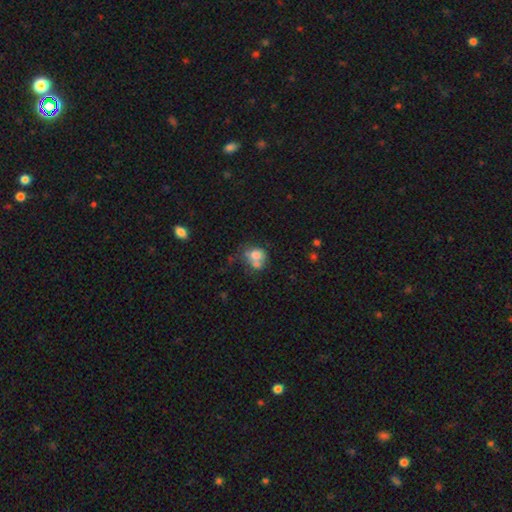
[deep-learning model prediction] Smooth or featured: smooth — 67% (featured or disk — 22%)
How rounded: round — 54% (in between — 45%)
Merging: merger — 40% (none — 29%)